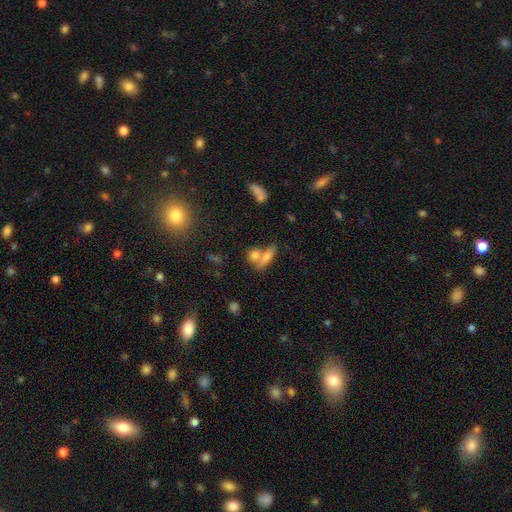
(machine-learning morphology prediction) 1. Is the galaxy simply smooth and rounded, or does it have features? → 74% smooth, 15% featured or disk, 12% star or artifact.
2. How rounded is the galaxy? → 53% in between, 26% round, 21% cigar-shaped.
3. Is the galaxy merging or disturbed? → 45% merger, 41% none, 9% minor disturbance, 5% major disturbance.